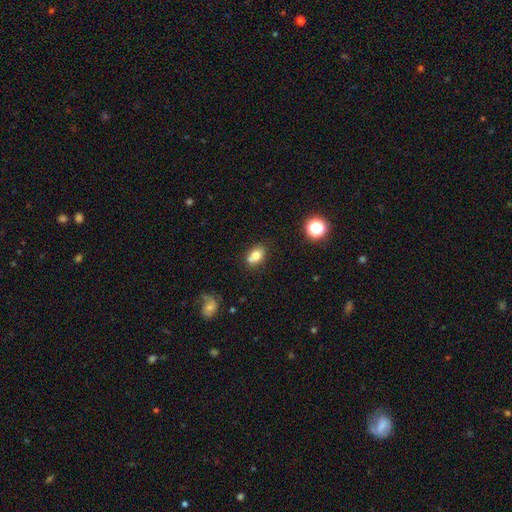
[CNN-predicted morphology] smooth-or-featured: smooth: 75% | featured or disk: 14% | star or artifact: 11%
  how-rounded: in between: 73% | round: 25% | cigar-shaped: 2%
  merging: none: 56% | merger: 24% | minor disturbance: 15% | major disturbance: 4%